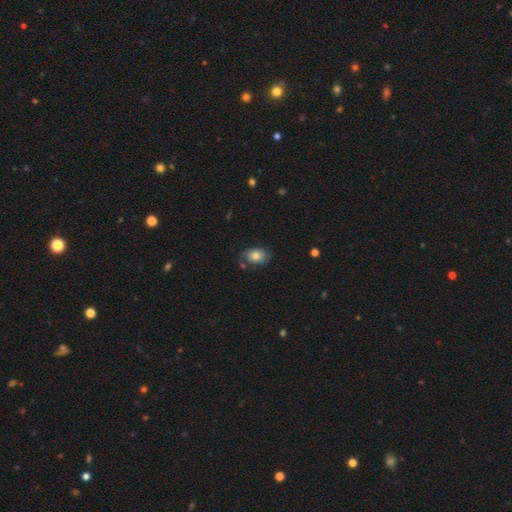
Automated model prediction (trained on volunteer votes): This is likely a smooth galaxy (62%). How rounded: likely in between (72%). Merging: likely none (65%).